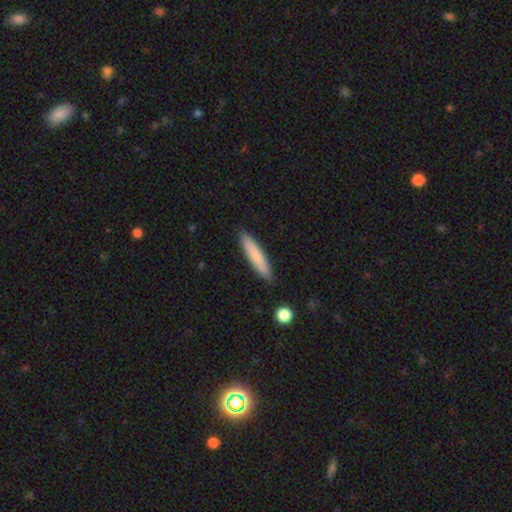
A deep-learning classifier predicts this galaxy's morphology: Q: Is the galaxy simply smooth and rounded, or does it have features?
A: smooth — 79%.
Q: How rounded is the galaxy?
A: cigar-shaped — 89%.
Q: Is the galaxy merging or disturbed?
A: none — 89%.